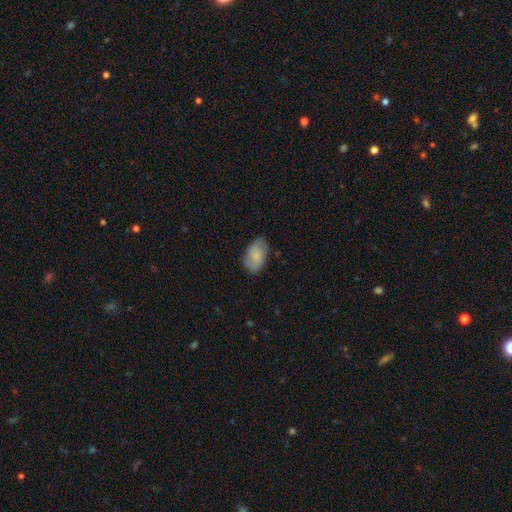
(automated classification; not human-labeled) This appears to be a smooth galaxy with no disk features (53%) that is in between round and cigar-shaped (90%). Merging: none (74%).